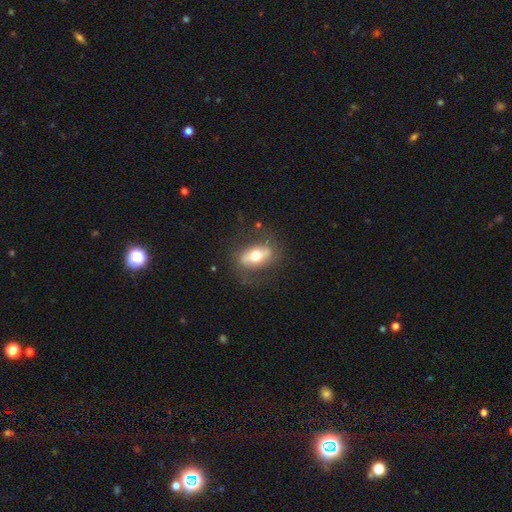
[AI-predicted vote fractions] This is possibly a smooth galaxy (52%). How rounded: clearly in between (81%). Merging: likely none (74%).